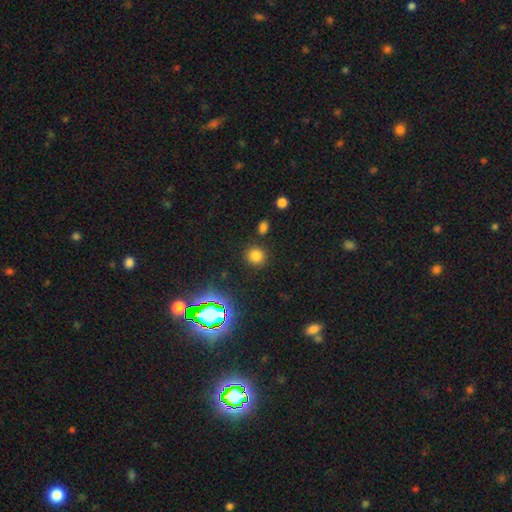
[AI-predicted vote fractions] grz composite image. It shows a smooth galaxy with no disk features (75%) that is round (88%). Merging: none (86%).